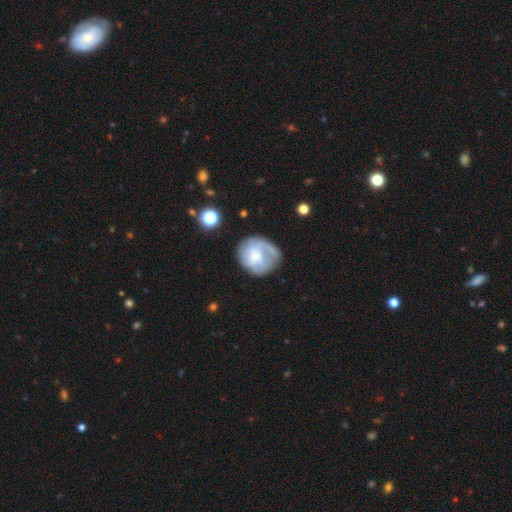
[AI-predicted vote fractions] smooth-or-featured: featured or disk: 54% | smooth: 38% | star or artifact: 8%
  disk-edge-on: no: 98% | yes: 2%
    bar: no: 68% | weak: 27% | strong: 5%
    has-spiral-arms: yes: 73% | no: 27%
    bulge-size: small: 56% | moderate: 26% | none: 12% | large: 4% | dominant: 2%
  merging: none: 56% | minor disturbance: 23% | major disturbance: 17% | merger: 3%